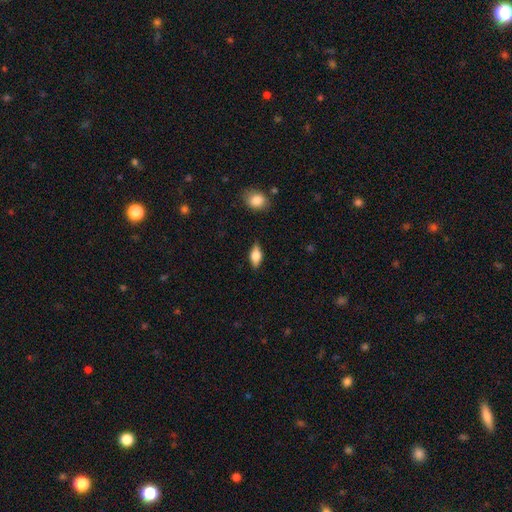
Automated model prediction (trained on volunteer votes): This appears to be a smooth galaxy with no disk features (57%) that is in between round and cigar-shaped (80%). Merging: none (85%).